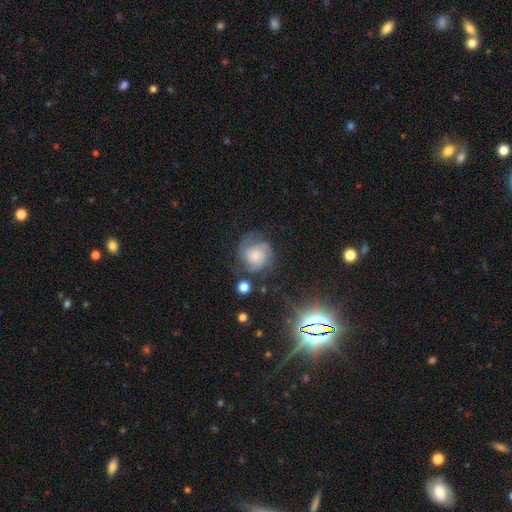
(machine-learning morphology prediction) Overall: featured or disk (63%; smooth 27%). Edge-on disk: no (98%). Bar: no (75%). Spiral arms: yes (91%). Spiral arm count: 2 (34%; can't tell 26%). Spiral winding: tight (48%; medium 39%). Bulge size: small (48%; moderate 28%). Merging: none (59%; minor disturbance 22%).